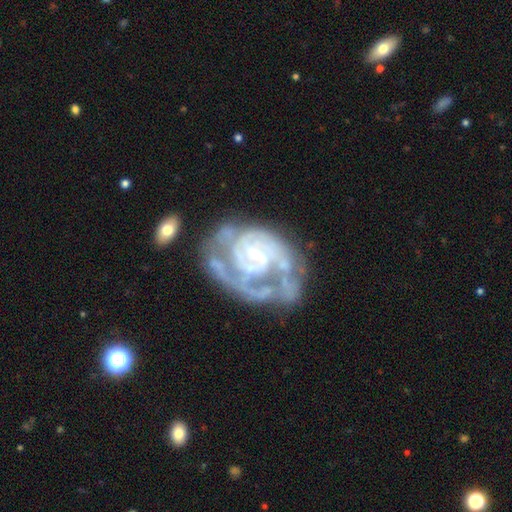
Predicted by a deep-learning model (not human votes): The model was most divided on "merging" (2-way tie): major disturbance: 35%, none: 35%, minor disturbance: 22%, merger: 8%. Remaining: edge-on disk — no (98%); smooth or featured — featured or disk (87%); spiral arms — yes (86%); bulge size — small (67%); spiral winding — tight (56%); bar — no (45%); spiral arm count — can't tell (35%).